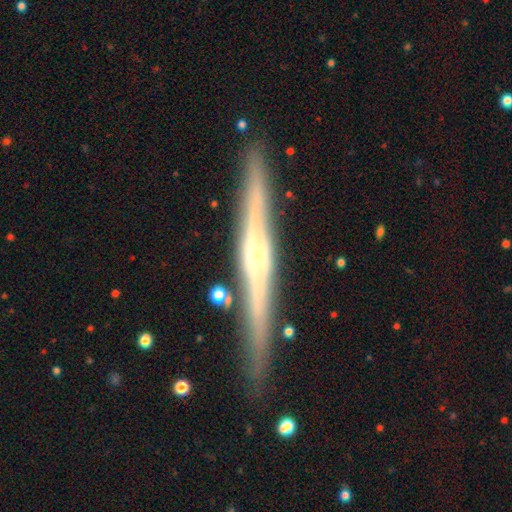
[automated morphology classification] Smooth or featured?
  - featured or disk: 81% *
  - smooth: 13%
  - star or artifact: 6%
Edge-on disk?
  - yes: 97% *
  - no: 3%
Edge-on bulge?
  - rounded: 57% *
  - none: 23%
  - boxy: 20%
Merging?
  - none: 88% *
  - minor disturbance: 8%
  - merger: 2%
  - major disturbance: 2%